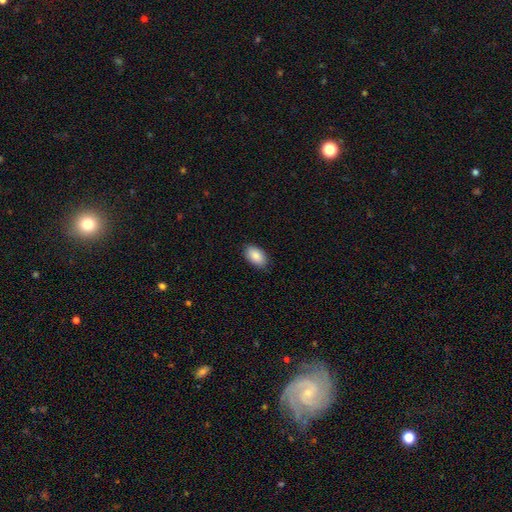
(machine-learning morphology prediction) Q: Smooth or featured?
A: smooth (88%); runner-up: star or artifact (7%)
Q: How rounded?
A: in between (94%); runner-up: round (4%)
Q: Merging?
A: none (88%); runner-up: minor disturbance (10%)